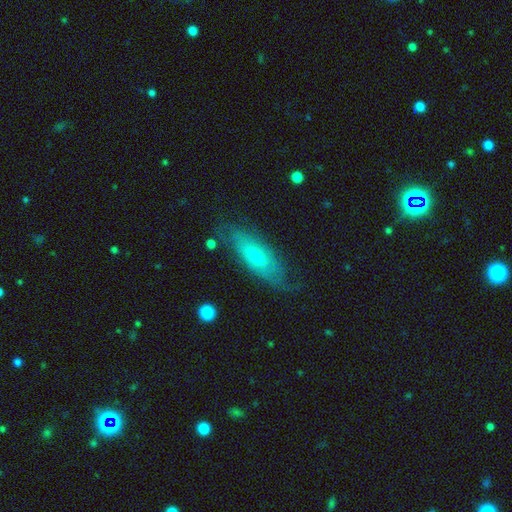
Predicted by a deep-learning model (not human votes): Smooth or featured?
  - featured or disk: 54% *
  - smooth: 39%
  - star or artifact: 7%
Edge-on disk?
  - no: 69% *
  - yes: 31%
Merging?
  - none: 70% *
  - minor disturbance: 21%
  - major disturbance: 7%
  - merger: 2%